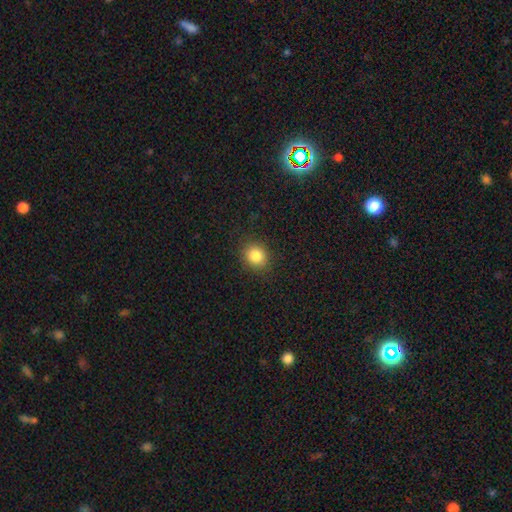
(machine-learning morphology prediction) A smooth galaxy with no disk features (84%) that is round (78%). Merging: none (89%).